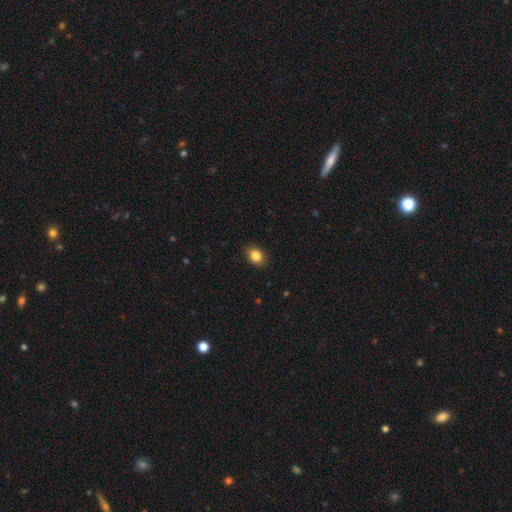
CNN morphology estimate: Q: Smooth or featured?
A: smooth (86%); runner-up: star or artifact (9%)
Q: How rounded?
A: in between (73%); runner-up: round (26%)
Q: Merging?
A: none (89%); runner-up: minor disturbance (8%)